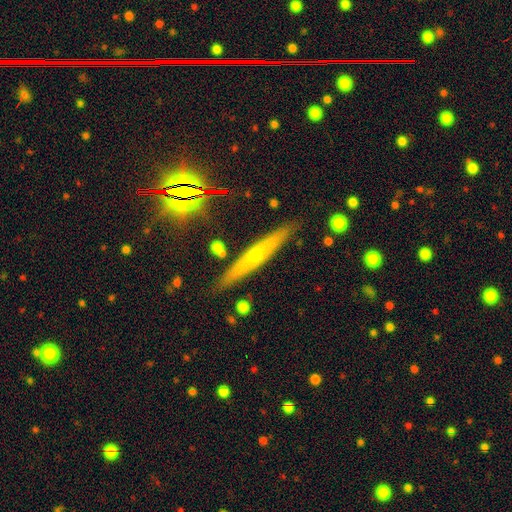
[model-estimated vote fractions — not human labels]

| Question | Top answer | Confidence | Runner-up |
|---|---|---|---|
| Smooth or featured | featured or disk | 59% | smooth (31%) |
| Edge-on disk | yes | 93% | no (7%) |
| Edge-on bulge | rounded | 65% | none (32%) |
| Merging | none | 87% | minor disturbance (9%) |